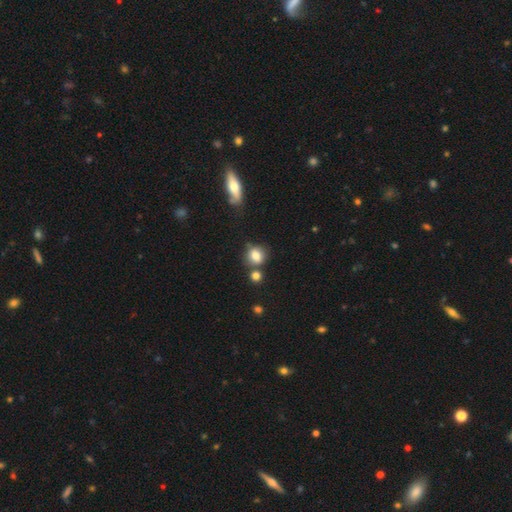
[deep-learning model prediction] Smooth or featured: smooth — 79% (star or artifact — 11%)
How rounded: round — 65% (in between — 34%)
Merging: none — 60% (merger — 18%)